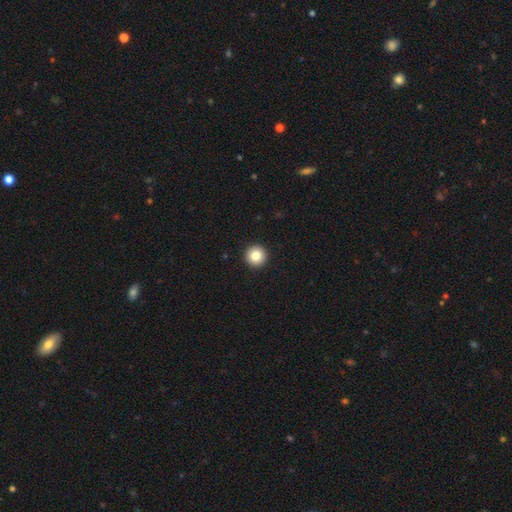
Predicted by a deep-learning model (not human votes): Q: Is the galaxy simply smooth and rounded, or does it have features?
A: smooth — 83%.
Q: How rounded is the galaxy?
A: round — 97%.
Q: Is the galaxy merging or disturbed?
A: none — 94%.